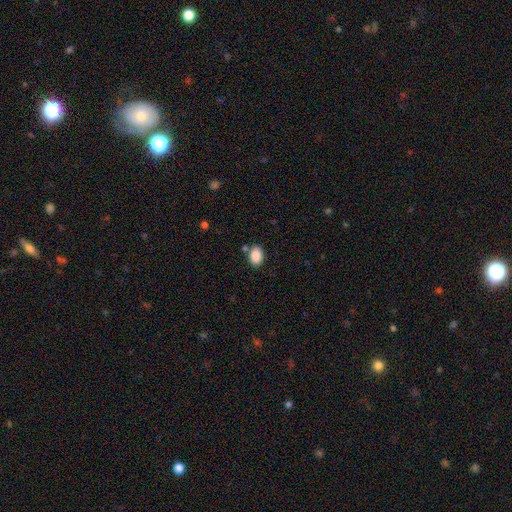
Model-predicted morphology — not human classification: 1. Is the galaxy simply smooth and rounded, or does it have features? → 88% smooth, 7% star or artifact, 4% featured or disk.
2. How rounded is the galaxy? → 86% in between, 13% round, 1% cigar-shaped.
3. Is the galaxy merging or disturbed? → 79% none, 12% minor disturbance, 7% merger, 3% major disturbance.